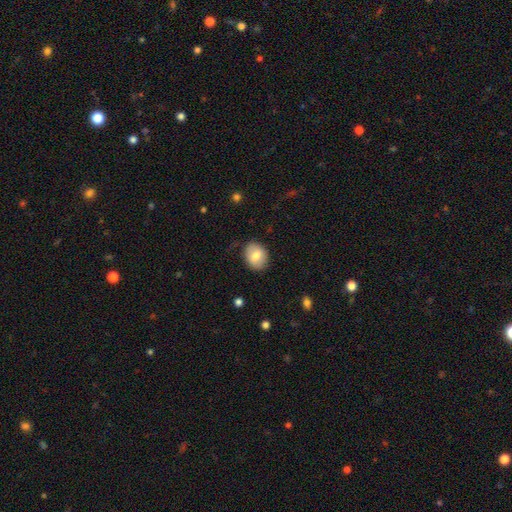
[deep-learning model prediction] Morphology: type=smooth (76%); roundness=in between (53%); merging=none (82%).